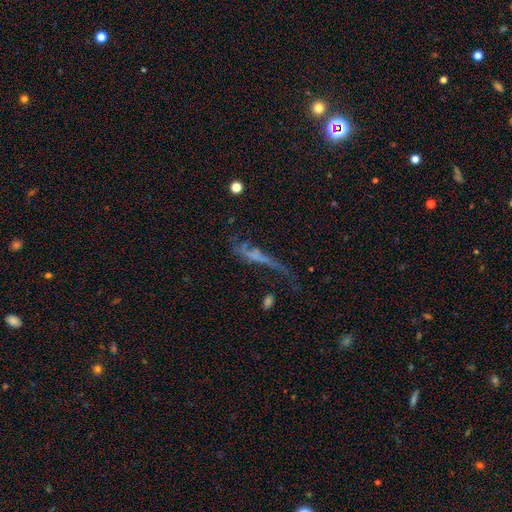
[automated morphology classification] smooth_or_featured: featured or disk (p=0.50) [alt: smooth p=0.32]
disk_edge_on: no (p=0.55) [alt: yes p=0.45]
merging: major disturbance (p=0.41) [alt: none p=0.28]